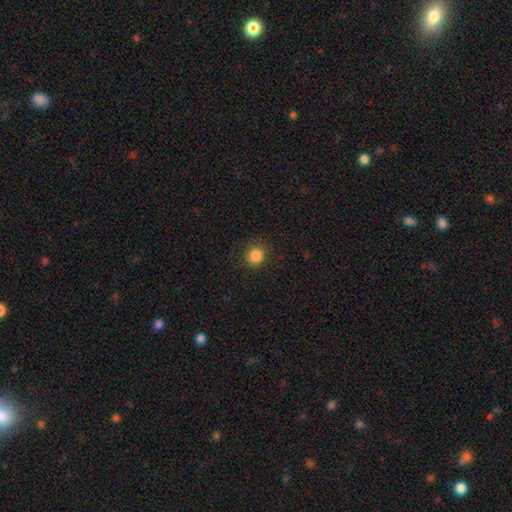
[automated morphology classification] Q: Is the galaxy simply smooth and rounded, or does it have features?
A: smooth — 85%.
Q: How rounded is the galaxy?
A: round — 82%.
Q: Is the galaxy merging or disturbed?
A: none — 88%.